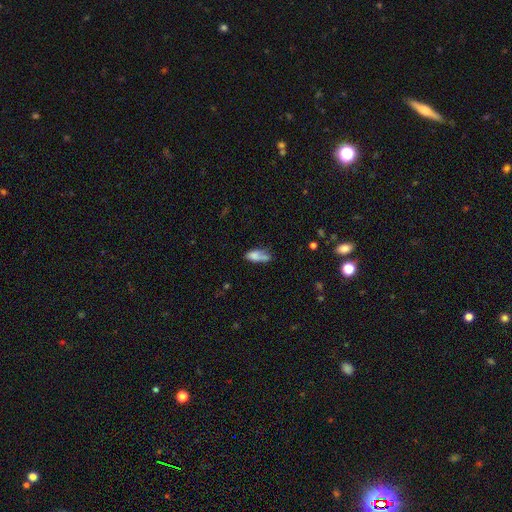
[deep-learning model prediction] Smooth or featured: smooth — 71% (featured or disk — 19%)
How rounded: in between — 74% (cigar-shaped — 22%)
Merging: none — 33% (merger — 27%)